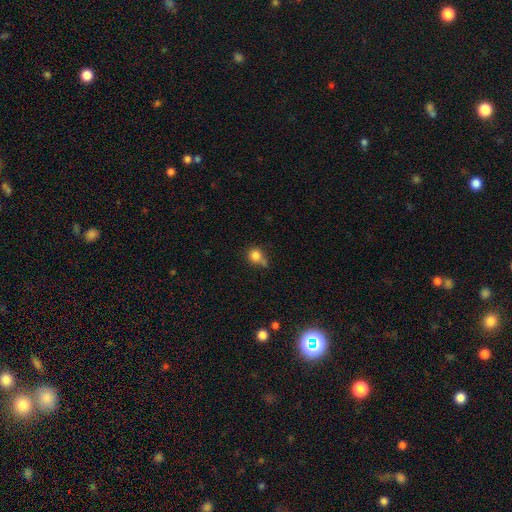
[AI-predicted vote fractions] Q: Smooth or featured?
A: smooth (81%); runner-up: star or artifact (11%)
Q: How rounded?
A: round (83%); runner-up: in between (15%)
Q: Merging?
A: none (48%); runner-up: minor disturbance (26%)